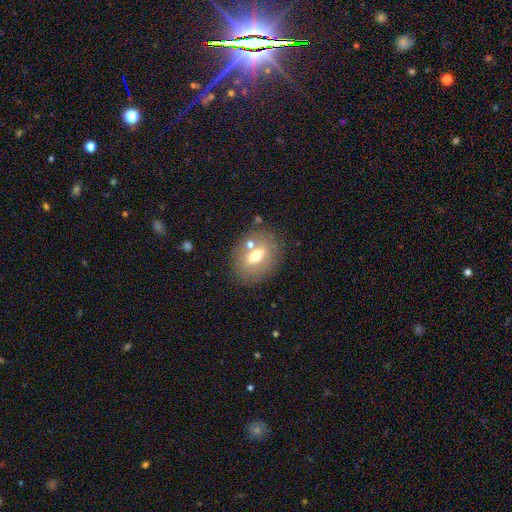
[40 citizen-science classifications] smooth_or_featured: smooth (p=0.55) [alt: featured or disk p=0.40]
how_rounded: in between (p=0.55) [alt: round p=0.45]
merging: none (p=0.87) [alt: major disturbance p=0.08]